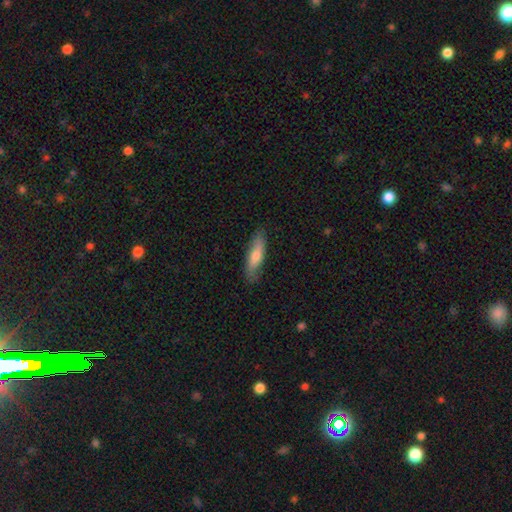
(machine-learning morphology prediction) A smooth galaxy with no disk features (69%) that is cigar-shaped (64%). Merging: none (82%).